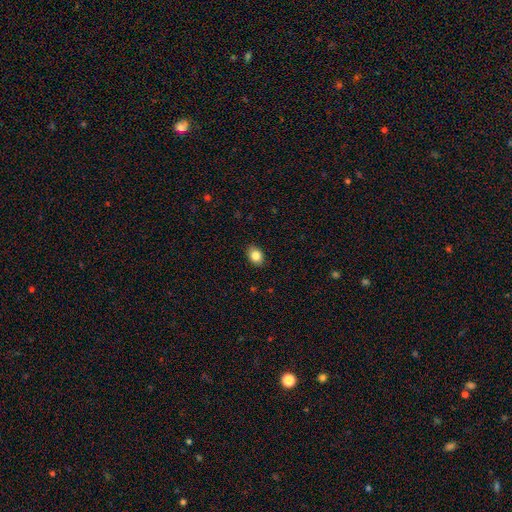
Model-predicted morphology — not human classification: Smooth or featured: smooth — 84% (star or artifact — 9%)
How rounded: in between — 68% (round — 31%)
Merging: none — 89% (minor disturbance — 8%)